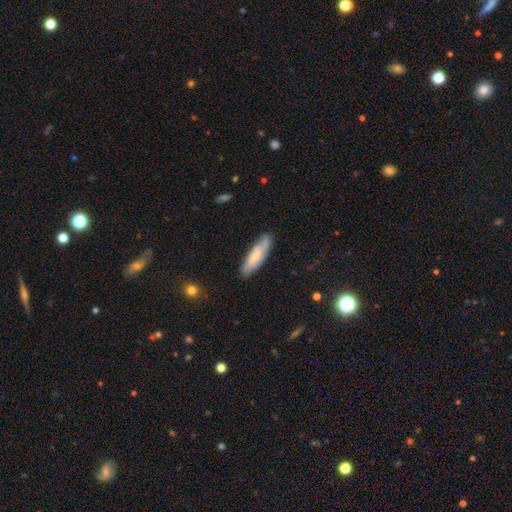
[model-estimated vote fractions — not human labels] Morphology: type=smooth (57%); roundness=cigar-shaped (56%); merging=none (73%).